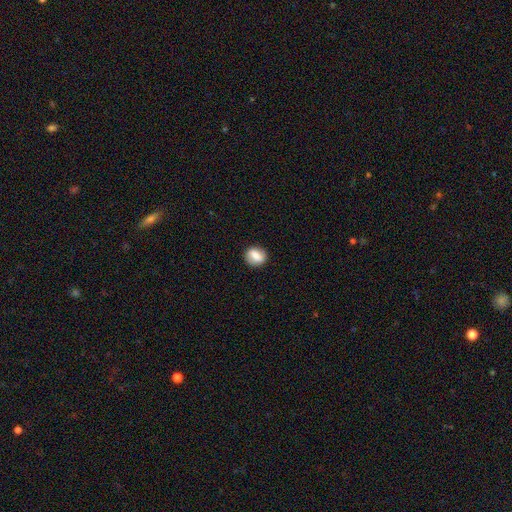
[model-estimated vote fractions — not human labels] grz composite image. It shows a smooth galaxy with no disk features (74%) that is round (62%). Merging: none (87%).